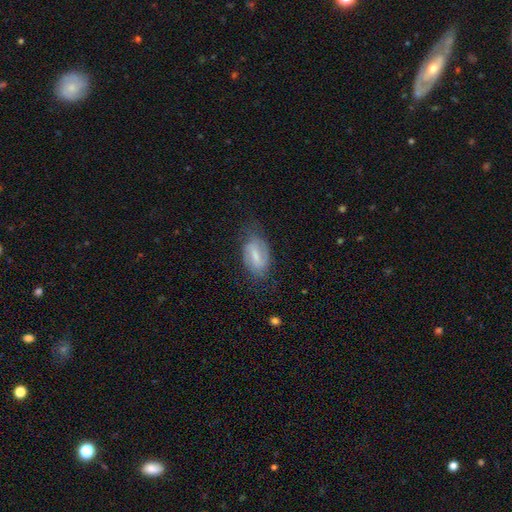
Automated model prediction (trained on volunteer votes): This is likely a featured or disk galaxy (63%). It is clearly not viewed edge-on (95%). Bar: possibly weak (49%). Spiral arm pattern: clearly yes (83%). Central bulge: marginally small (45%). Merging: likely none (66%).